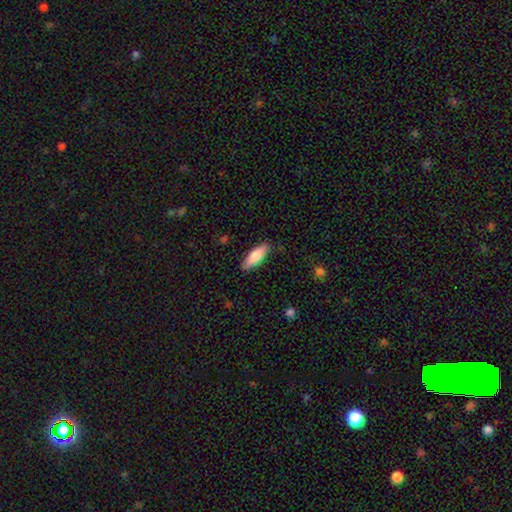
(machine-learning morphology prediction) Overall: smooth (77%). How rounded: in between (56%; cigar-shaped 42%). Merging: none (86%).